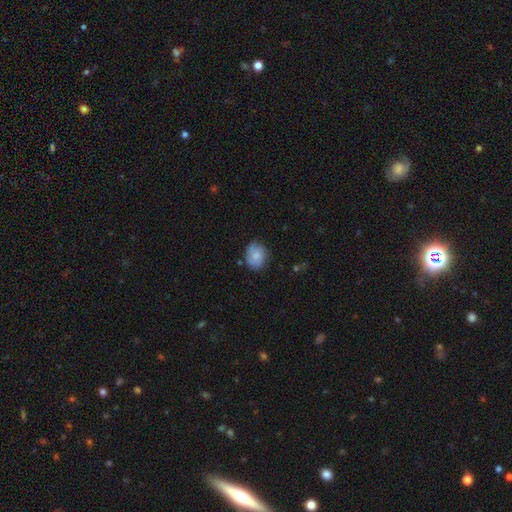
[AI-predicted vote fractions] Morphology: type=smooth (71%); roundness=round (66%); merging=none (70%).